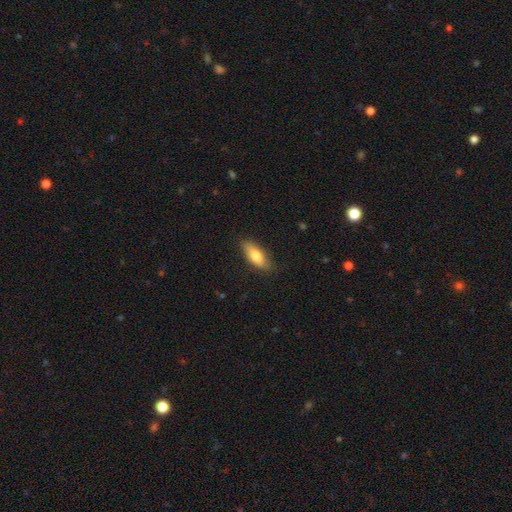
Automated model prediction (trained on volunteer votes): smooth 76%, featured or disk 18%, star or artifact 6%. Down the decision tree: how rounded — in between (72%); merging — none (83%).